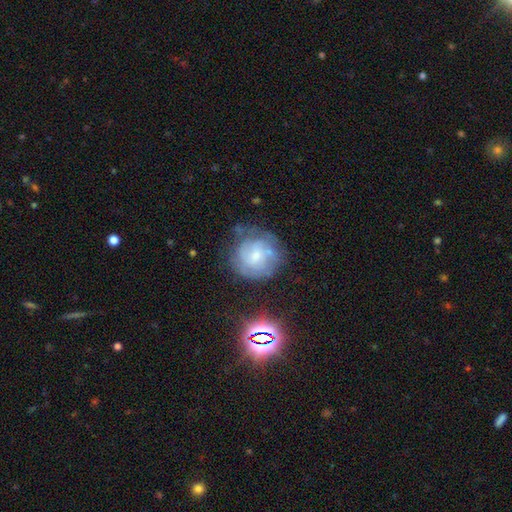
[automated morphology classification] smooth_or_featured: featured or disk (p=0.55) [alt: smooth p=0.34]
disk_edge_on: no (p=0.97) [alt: yes p=0.03]
bar: no (p=0.61) [alt: weak p=0.34]
has_spiral_arms: yes (p=0.73) [alt: no p=0.27]
bulge_size: small (p=0.47) [alt: moderate p=0.40]
merging: none (p=0.62) [alt: minor disturbance p=0.22]